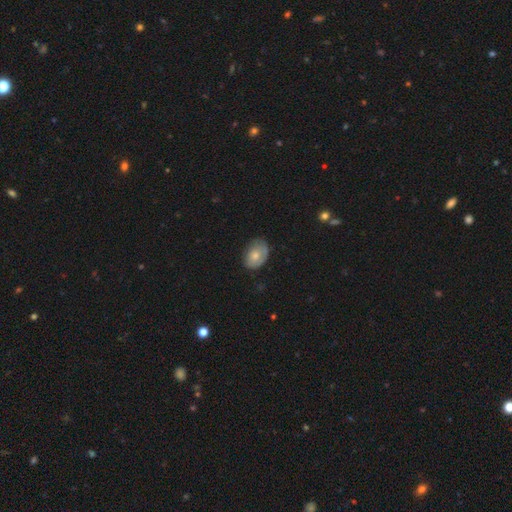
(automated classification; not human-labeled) A smooth galaxy with no disk features (64%) that is in between round and cigar-shaped (81%). Merging: none (65%).